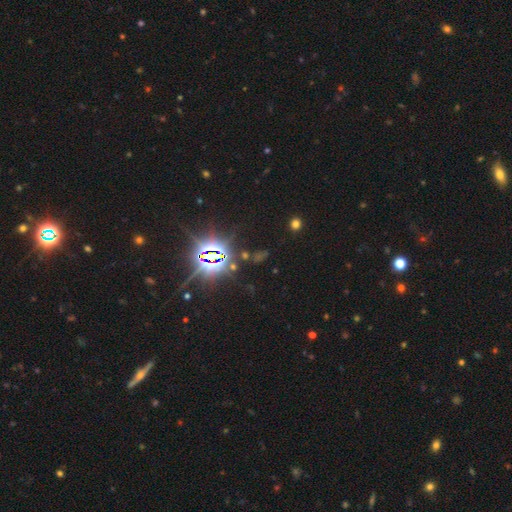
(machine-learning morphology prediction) A star or artifact, not a galaxy (84%).